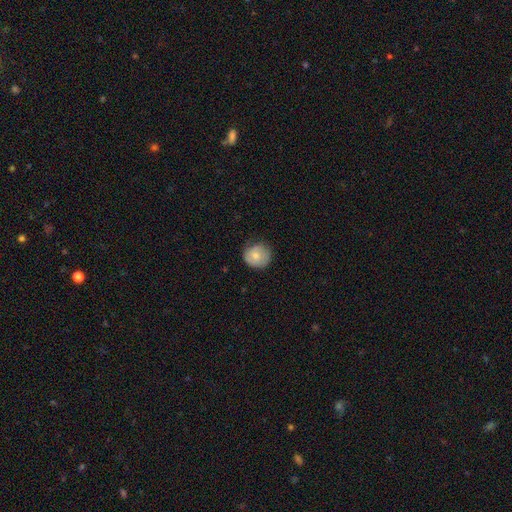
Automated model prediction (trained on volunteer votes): smooth 71%, featured or disk 22%, star or artifact 7%. Down the decision tree: how rounded — round (87%); merging — none (70%).